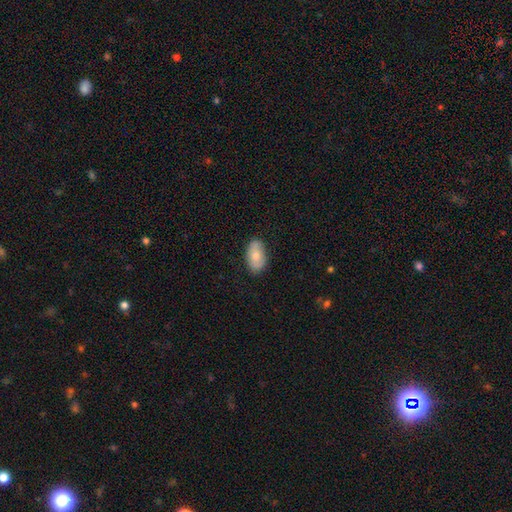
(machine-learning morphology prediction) A smooth galaxy with no disk features (72%) that is in between round and cigar-shaped (92%). Merging: none (83%).